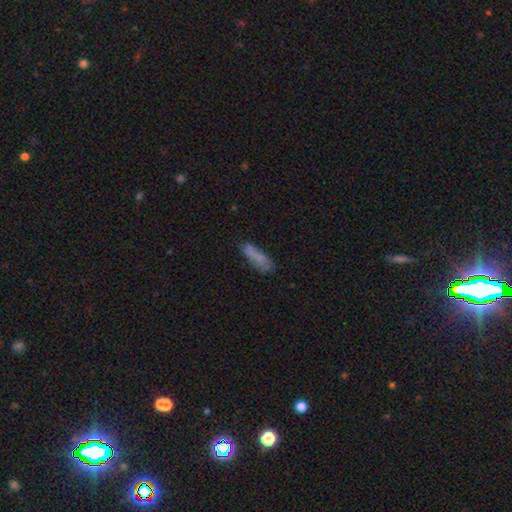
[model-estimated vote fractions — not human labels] A smooth galaxy with no disk features (71%) that is cigar-shaped (58%).

Vote fractions:
- Smooth or featured? smooth: 71% / featured or disk: 20% / star or artifact: 10%
- How rounded? cigar-shaped: 58% / in between: 39% / round: 3%
- Merging? none: 59% / minor disturbance: 24% / major disturbance: 10% / merger: 7%